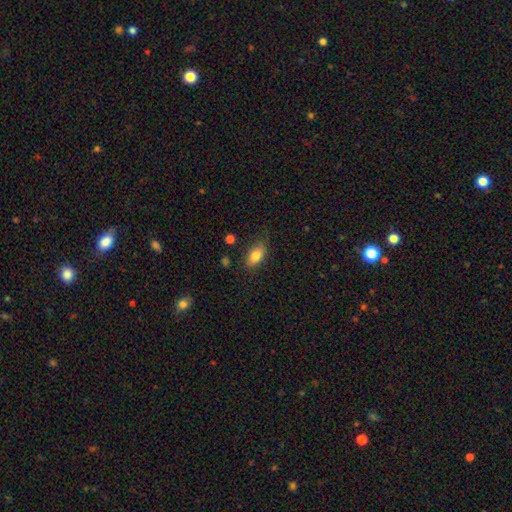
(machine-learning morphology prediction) Smooth or featured? smooth (82%)
How rounded? in between (90%)
Merging? none (77%)